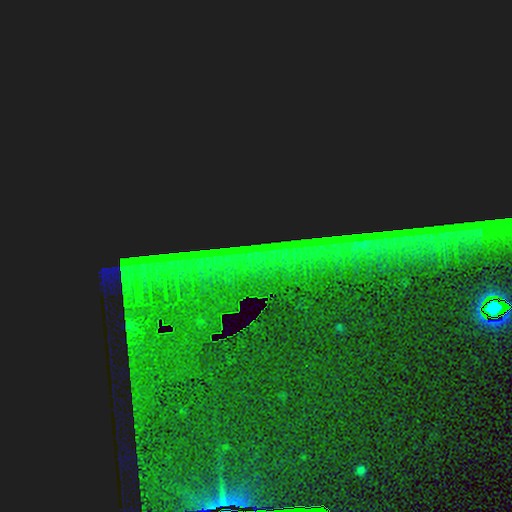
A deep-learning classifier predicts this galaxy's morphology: Smooth or featured: star or artifact — 88% (featured or disk — 7%)